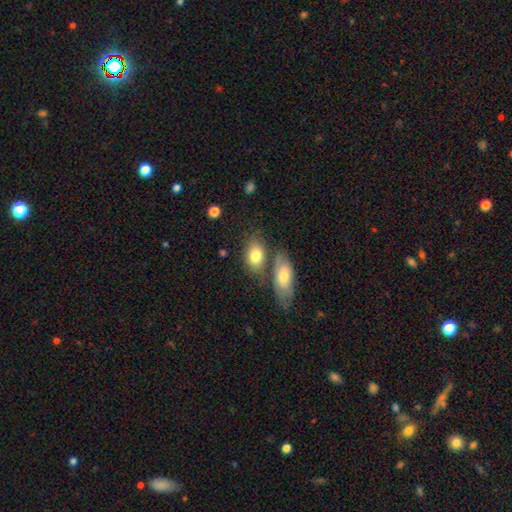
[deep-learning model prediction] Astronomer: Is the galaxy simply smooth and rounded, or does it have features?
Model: smooth — 79%.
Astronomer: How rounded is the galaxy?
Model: in between — 83%.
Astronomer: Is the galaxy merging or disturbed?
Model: none — 52% (runner-up: merger, 29%).